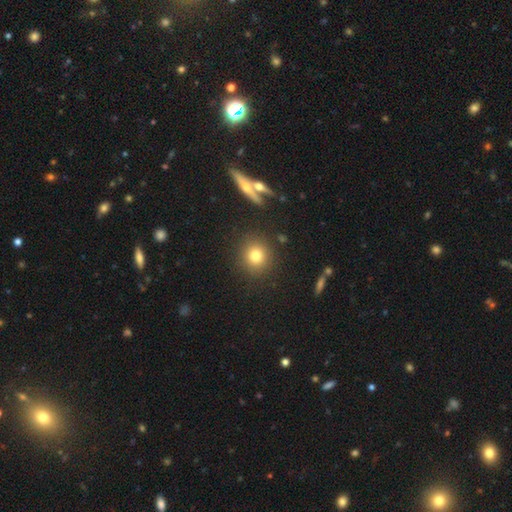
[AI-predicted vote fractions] Smooth or featured? smooth (78%)
How rounded? round (90%)
Merging? none (87%)